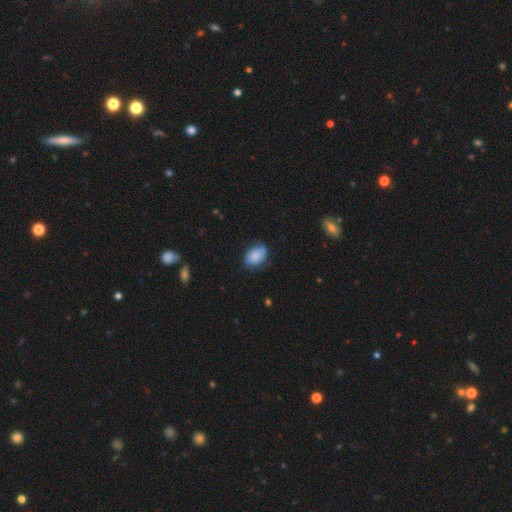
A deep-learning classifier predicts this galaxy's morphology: type=smooth (81%); roundness=in between (81%); merging=none (60%).